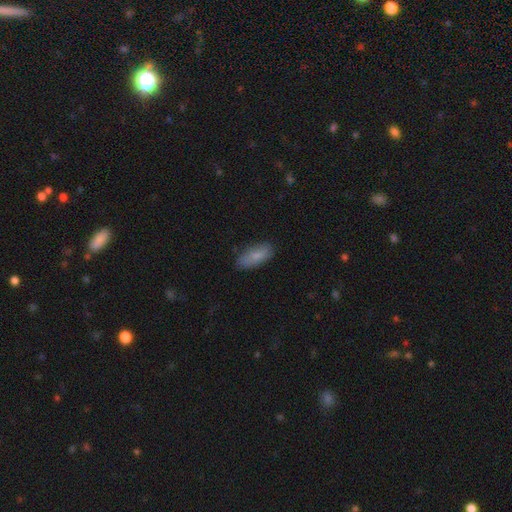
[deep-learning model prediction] smooth_or_featured: smooth (p=0.79) [alt: featured or disk p=0.15]
how_rounded: in between (p=0.80) [alt: cigar-shaped p=0.18]
merging: none (p=0.81) [alt: minor disturbance p=0.15]